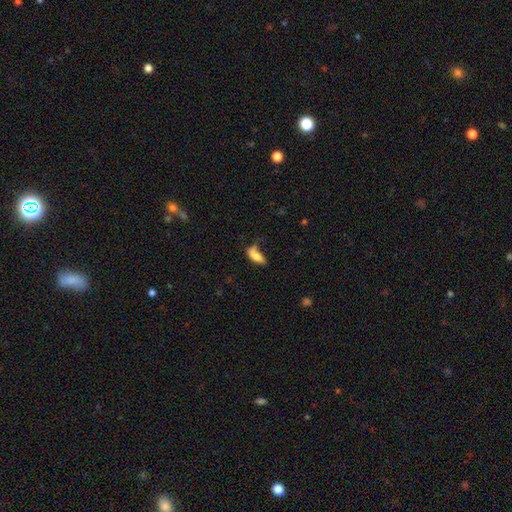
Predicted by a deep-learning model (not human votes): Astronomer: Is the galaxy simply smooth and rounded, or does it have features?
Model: smooth — 73%.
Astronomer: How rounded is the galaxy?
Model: in between — 73%.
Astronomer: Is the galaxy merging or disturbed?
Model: none — 35% (runner-up: minor disturbance, 28%).